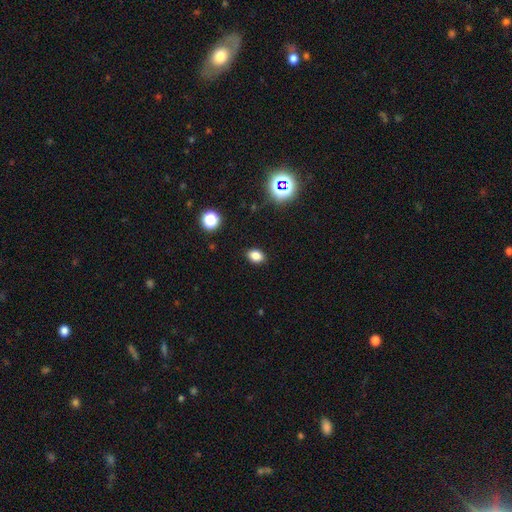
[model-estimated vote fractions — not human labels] This appears to be a smooth galaxy with no disk features (82%) that is in between round and cigar-shaped (74%). Merging: none (88%).